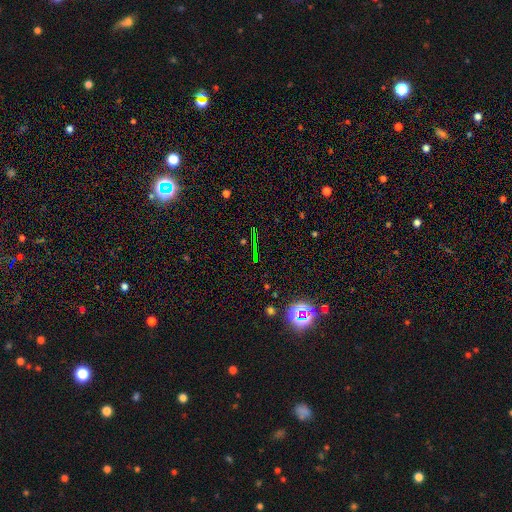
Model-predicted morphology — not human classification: Overall: star or artifact (73%).